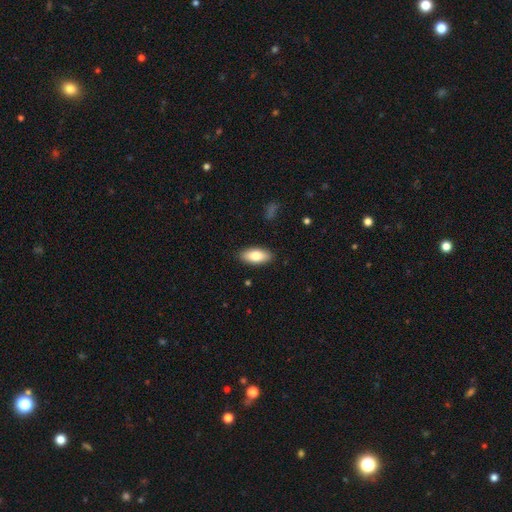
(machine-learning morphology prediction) smooth_or_featured: smooth (p=0.80) [alt: featured or disk p=0.14]
how_rounded: in between (p=0.87) [alt: cigar-shaped p=0.10]
merging: none (p=0.89) [alt: minor disturbance p=0.08]